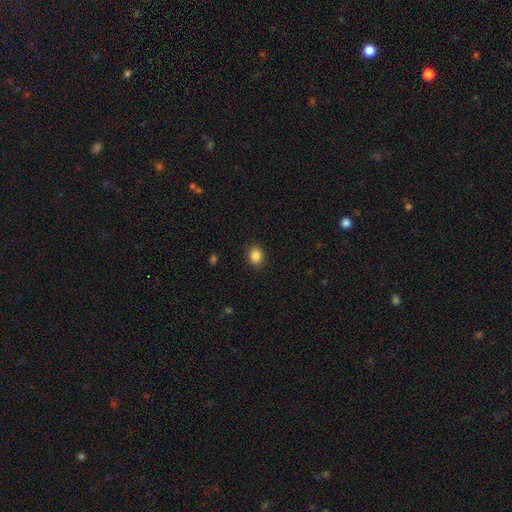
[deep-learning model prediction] This is clearly a smooth galaxy (86%). How rounded: possibly round (57%). Merging: clearly none (90%).